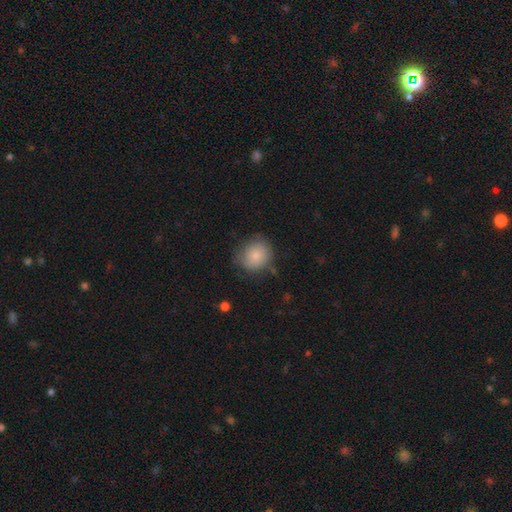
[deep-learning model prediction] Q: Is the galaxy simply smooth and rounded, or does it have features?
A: smooth — 80%.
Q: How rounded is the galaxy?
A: round — 78%.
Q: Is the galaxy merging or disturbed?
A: none — 69%.